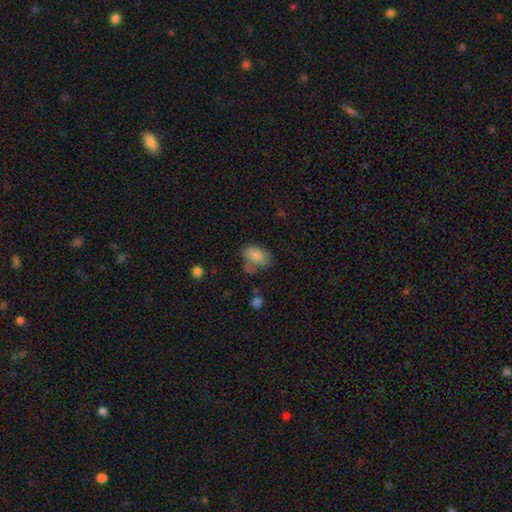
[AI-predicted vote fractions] smooth-or-featured: smooth: 82% | featured or disk: 10% | star or artifact: 9%
  how-rounded: in between: 87% | round: 12% | cigar-shaped: 2%
  merging: none: 47% | minor disturbance: 27% | merger: 13% | major disturbance: 12%